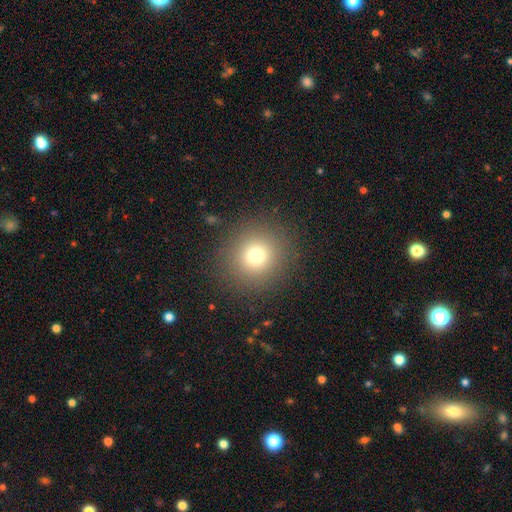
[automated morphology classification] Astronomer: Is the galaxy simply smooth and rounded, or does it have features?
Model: smooth — 73%.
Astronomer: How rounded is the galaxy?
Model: round — 94%.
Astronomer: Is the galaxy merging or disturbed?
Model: none — 89%.